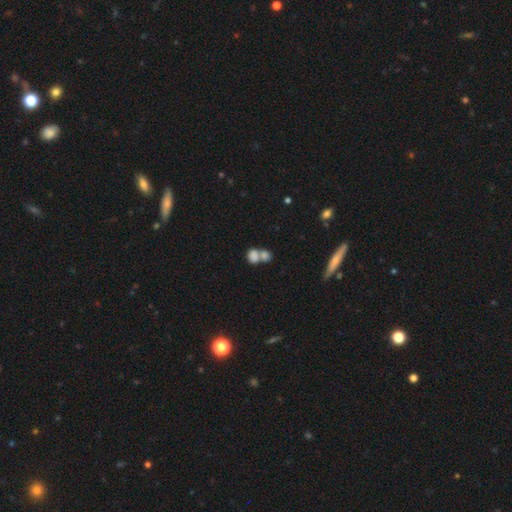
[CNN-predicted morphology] type=smooth (79%); roundness=in between (51%); merging=merger (65%).